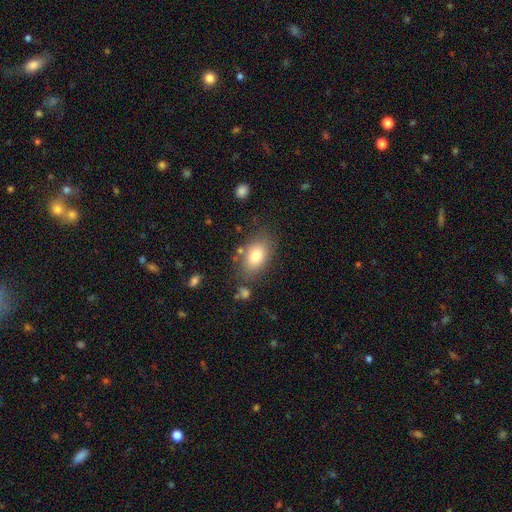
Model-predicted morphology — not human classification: Smooth or featured? Predicted: smooth (p=0.79). How rounded? Predicted: in between (p=0.87). Merging? Predicted: none (p=0.75).